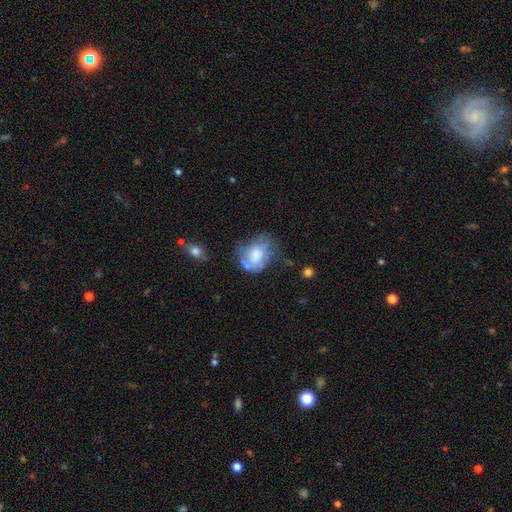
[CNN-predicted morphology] A featured or disk galaxy (47%). Merging: none (40%).